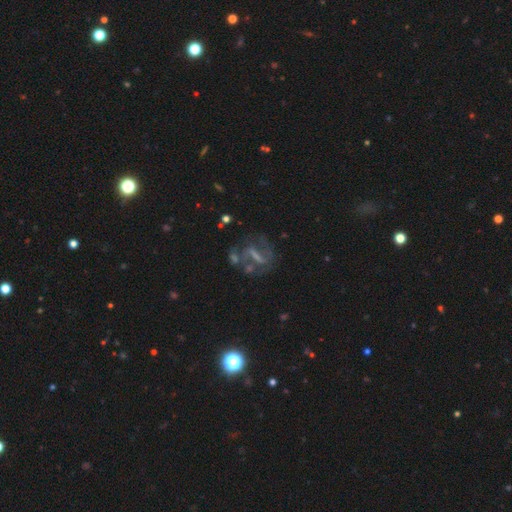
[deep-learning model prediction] A featured or disk galaxy (66%) with a strong bar (50%), spiral arms (63%) and no central bulge (48%).

Vote fractions:
- Smooth or featured? featured or disk: 66% / smooth: 18% / star or artifact: 16%
- Edge-on disk? no: 91% / yes: 9%
- Bar? strong: 50% / weak: 32% / no: 18%
- Spiral arms? yes: 63% / no: 37%
- Bulge size? none: 48% / small: 29% / moderate: 18% / large: 4% / dominant: 1%
- Merging? none: 49% / major disturbance: 22% / minor disturbance: 17% / merger: 12%